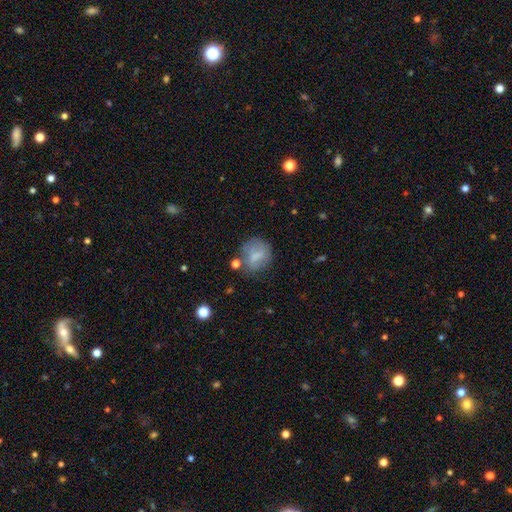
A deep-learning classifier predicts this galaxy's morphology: type=smooth (65%); roundness=round (70%); merging=none (58%).